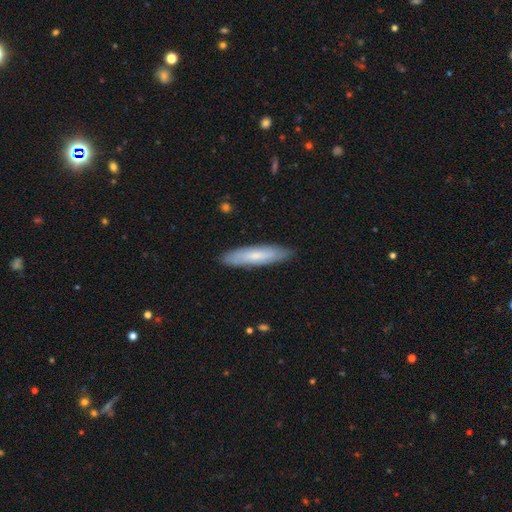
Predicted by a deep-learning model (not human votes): smooth_or_featured: smooth (p=0.63) [alt: featured or disk p=0.31]
how_rounded: cigar-shaped (p=0.76) [alt: in between p=0.23]
merging: none (p=0.87) [alt: minor disturbance p=0.10]